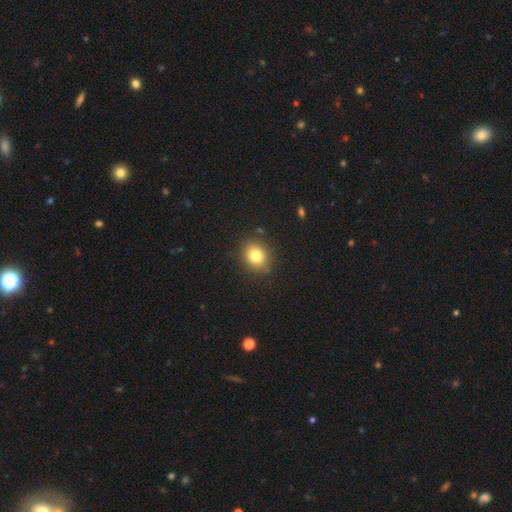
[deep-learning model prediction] A smooth galaxy with no disk features (80%) that is round (61%).

Vote fractions:
- Smooth or featured? smooth: 80% / star or artifact: 11% / featured or disk: 8%
- How rounded? round: 61% / in between: 38% / cigar-shaped: 1%
- Merging? none: 86% / minor disturbance: 9% / major disturbance: 3% / merger: 1%